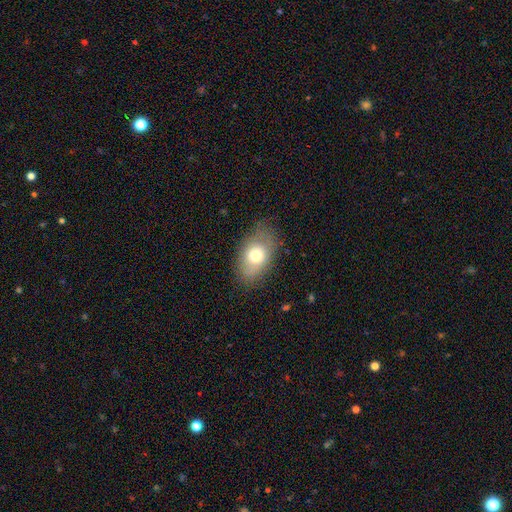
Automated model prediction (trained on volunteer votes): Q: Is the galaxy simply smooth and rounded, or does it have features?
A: smooth — 73%.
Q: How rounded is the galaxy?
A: in between — 85%.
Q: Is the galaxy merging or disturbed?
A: none — 76%.